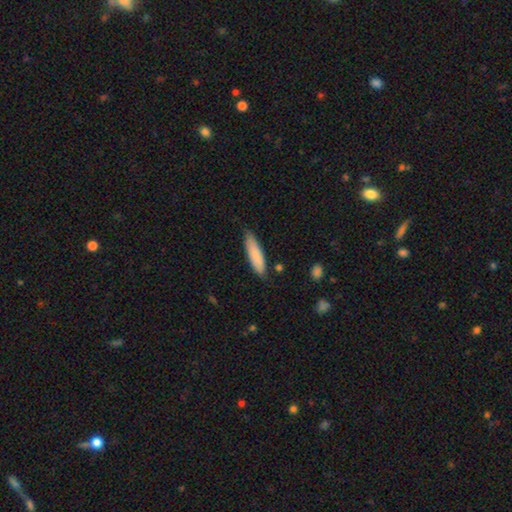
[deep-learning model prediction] Smooth or featured?
  - smooth: 84% *
  - featured or disk: 11%
  - star or artifact: 6%
How rounded?
  - cigar-shaped: 66% *
  - in between: 33%
  - round: 1%
Merging?
  - none: 80% *
  - minor disturbance: 16%
  - major disturbance: 2%
  - merger: 2%